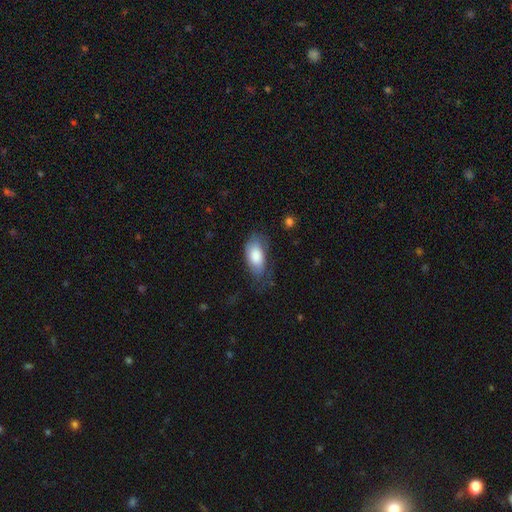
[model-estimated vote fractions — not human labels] smooth-or-featured: smooth: 80% | featured or disk: 14% | star or artifact: 6%
  how-rounded: in between: 93% | cigar-shaped: 4% | round: 3%
  merging: none: 51% | minor disturbance: 30% | major disturbance: 17% | merger: 2%